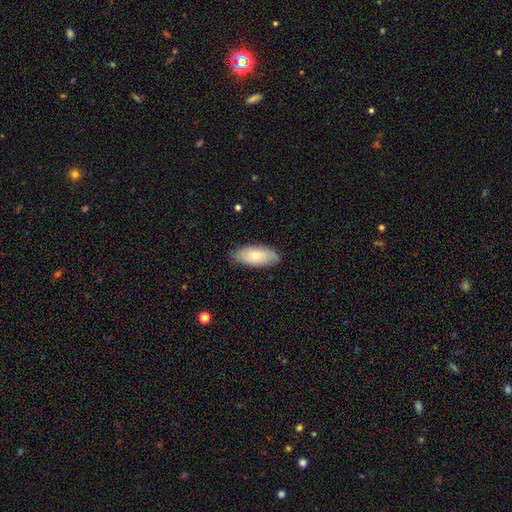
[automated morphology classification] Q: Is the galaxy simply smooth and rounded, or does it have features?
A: smooth — 73%.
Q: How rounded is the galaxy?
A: in between — 87%.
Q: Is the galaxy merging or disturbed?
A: none — 82%.